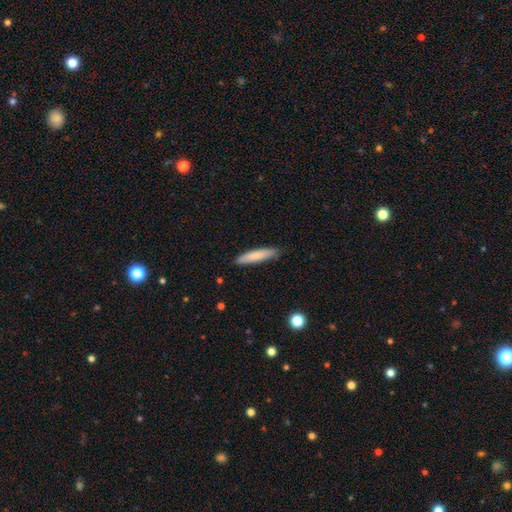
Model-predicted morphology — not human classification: A smooth galaxy with no disk features (80%) that is cigar-shaped (87%). Merging: none (87%).